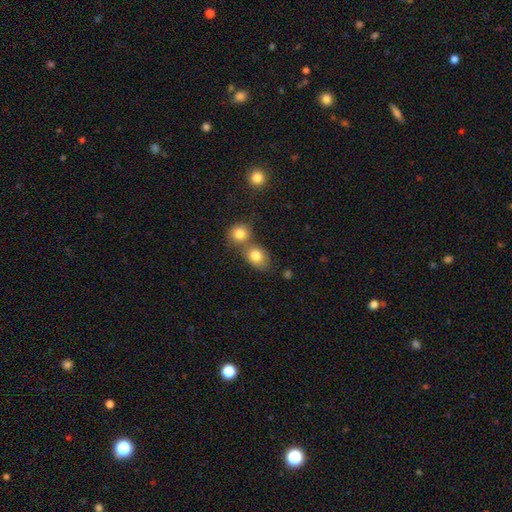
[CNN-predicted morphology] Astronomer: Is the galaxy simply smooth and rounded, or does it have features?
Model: smooth — 81%.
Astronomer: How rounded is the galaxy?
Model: in between — 55% (runner-up: round, 44%).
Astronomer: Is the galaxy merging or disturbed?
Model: merger — 46% (runner-up: none, 42%).